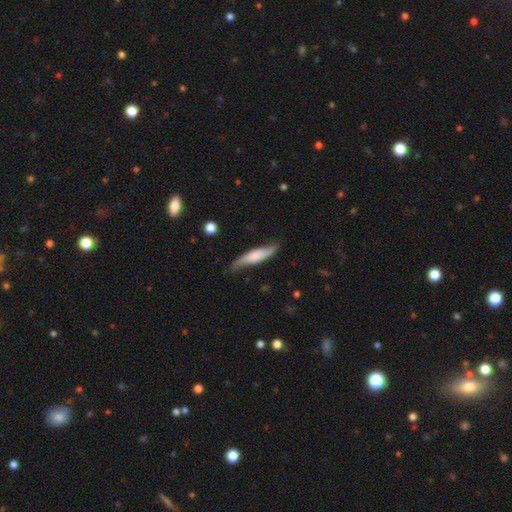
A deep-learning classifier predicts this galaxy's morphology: This appears to be a featured or disk galaxy (48%). Merging: none (65%).